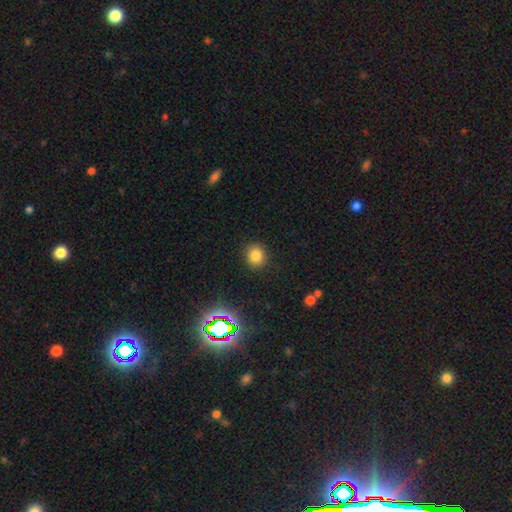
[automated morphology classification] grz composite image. It shows a smooth galaxy with no disk features (80%) that is round (81%). Merging: none (89%).